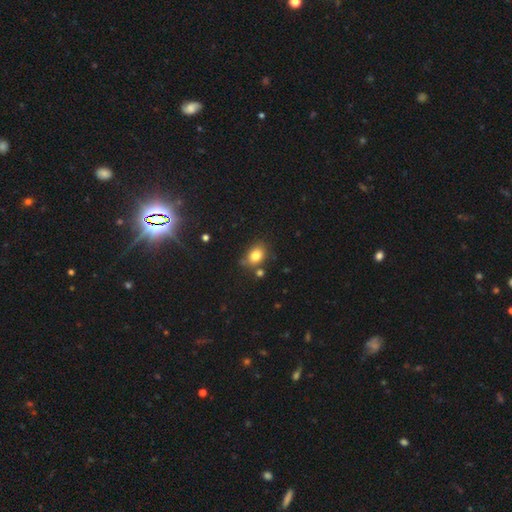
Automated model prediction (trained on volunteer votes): Q: Smooth or featured?
A: smooth (80%); runner-up: star or artifact (11%)
Q: How rounded?
A: in between (63%); runner-up: round (35%)
Q: Merging?
A: none (68%); runner-up: minor disturbance (18%)